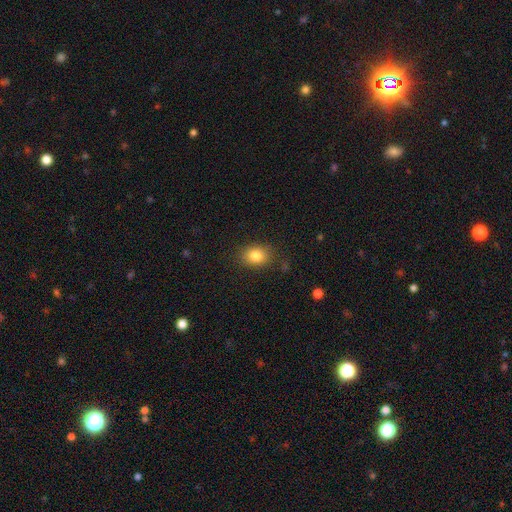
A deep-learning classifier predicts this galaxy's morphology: Smooth or featured?
  - smooth: 83% *
  - star or artifact: 10%
  - featured or disk: 7%
How rounded?
  - in between: 62% *
  - round: 37%
  - cigar-shaped: 1%
Merging?
  - none: 83% *
  - minor disturbance: 12%
  - major disturbance: 4%
  - merger: 1%